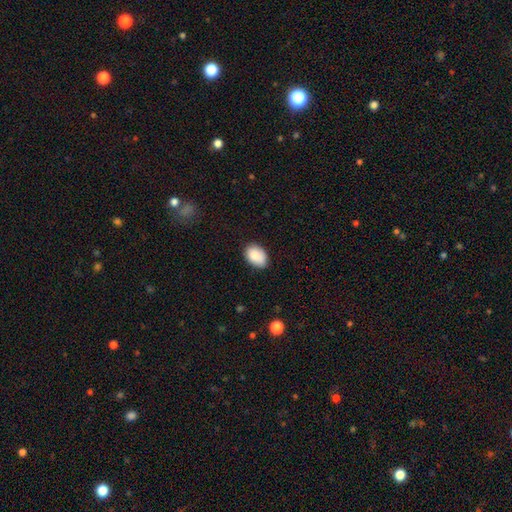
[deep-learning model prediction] Q: Smooth or featured?
A: smooth (88%); runner-up: star or artifact (7%)
Q: How rounded?
A: in between (85%); runner-up: round (14%)
Q: Merging?
A: none (79%); runner-up: minor disturbance (17%)